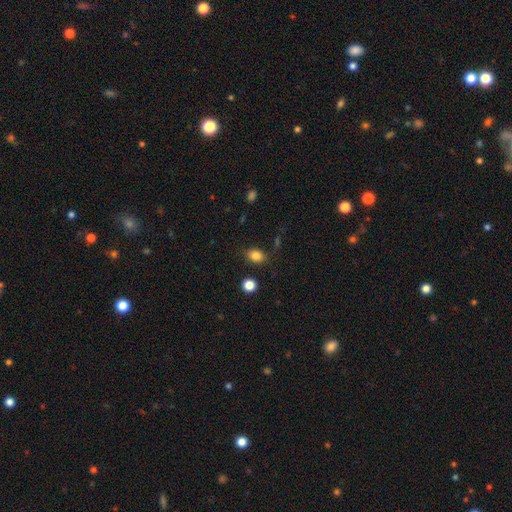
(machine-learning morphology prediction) This is clearly a smooth galaxy (83%). How rounded: likely in between (66%). Merging: clearly none (80%).